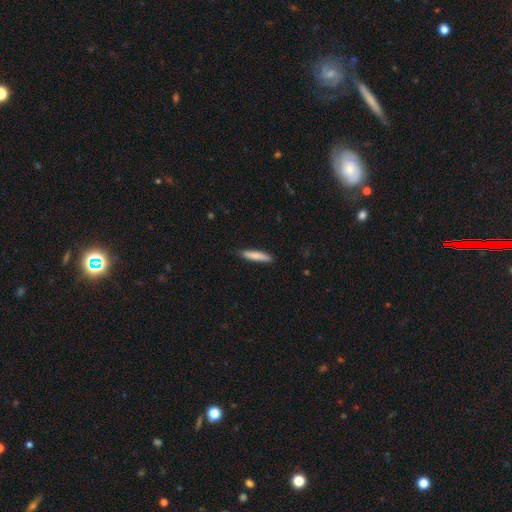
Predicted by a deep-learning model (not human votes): A smooth galaxy with no disk features (82%) that is cigar-shaped (88%). Merging: none (87%).